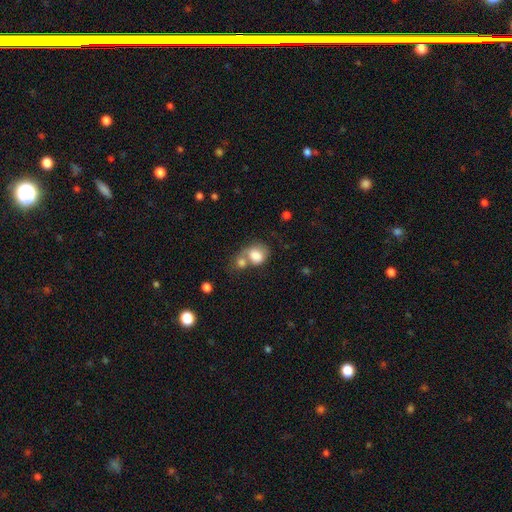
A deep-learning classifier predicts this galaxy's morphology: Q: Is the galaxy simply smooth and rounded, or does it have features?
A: smooth — 79%.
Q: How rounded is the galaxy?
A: round — 52%.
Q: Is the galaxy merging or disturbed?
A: merger — 55%.